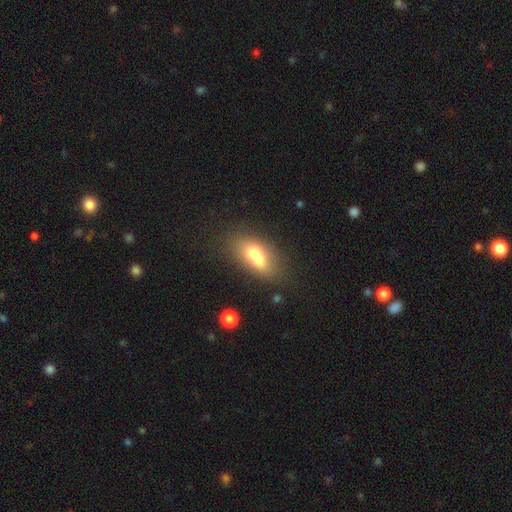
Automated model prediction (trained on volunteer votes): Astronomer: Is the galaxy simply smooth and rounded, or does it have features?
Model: smooth — 63%.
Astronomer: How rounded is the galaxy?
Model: in between — 80%.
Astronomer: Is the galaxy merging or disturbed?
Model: merger — 50% (runner-up: none, 32%).